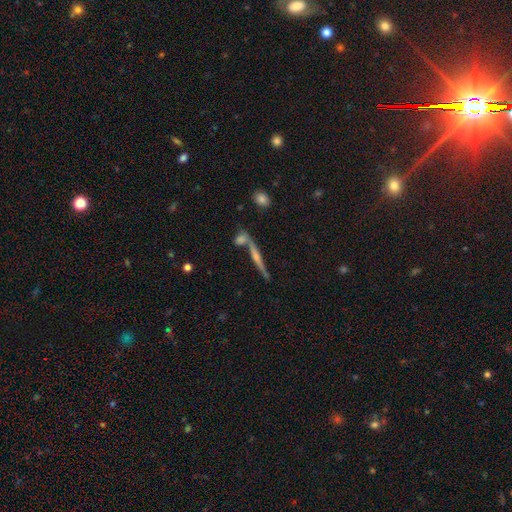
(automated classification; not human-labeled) A featured or disk galaxy (70%) viewed edge-on (96%) with a rounded central bulge (70%). Merging: none (73%).